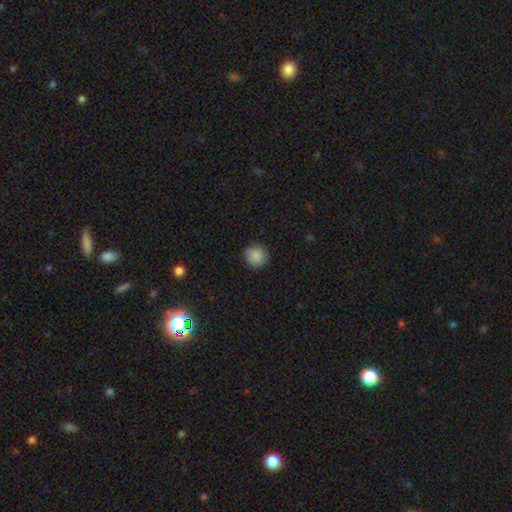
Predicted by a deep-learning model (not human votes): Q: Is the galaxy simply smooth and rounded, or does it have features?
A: smooth — 88%.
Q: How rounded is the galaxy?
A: round — 94%.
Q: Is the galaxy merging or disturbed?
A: none — 89%.